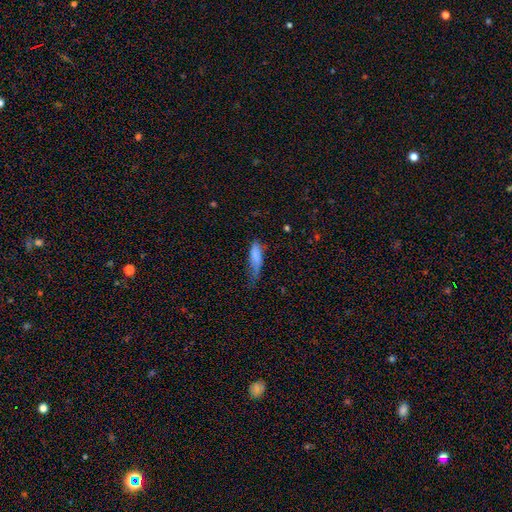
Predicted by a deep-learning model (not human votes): smooth_or_featured: smooth (p=0.78) [alt: featured or disk p=0.14]
how_rounded: in between (p=0.56) [alt: cigar-shaped p=0.42]
merging: minor disturbance (p=0.41) [alt: none p=0.29]